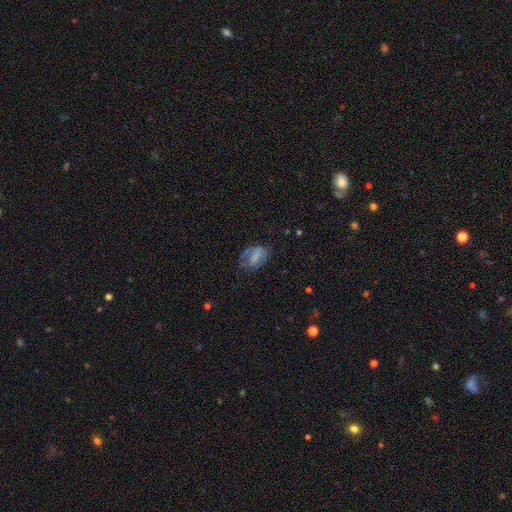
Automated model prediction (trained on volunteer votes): Smooth or featured?
  - smooth: 49% *
  - featured or disk: 41%
  - star or artifact: 10%
Merging?
  - none: 47% *
  - minor disturbance: 27%
  - major disturbance: 23%
  - merger: 2%